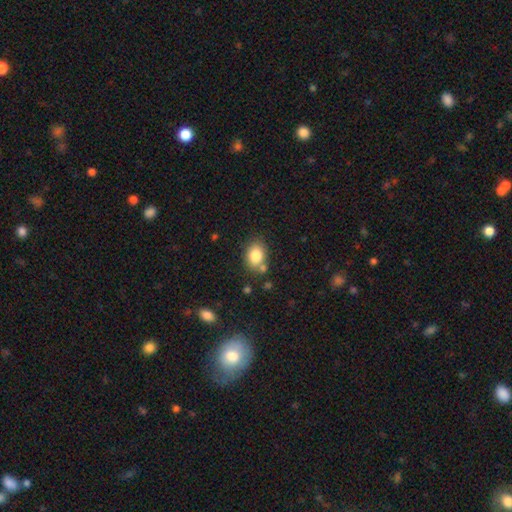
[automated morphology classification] A smooth galaxy with no disk features (83%) that is in between round and cigar-shaped (65%).

Vote fractions:
- Smooth or featured? smooth: 83% / star or artifact: 9% / featured or disk: 8%
- How rounded? in between: 65% / round: 34% / cigar-shaped: 1%
- Merging? none: 69% / minor disturbance: 15% / merger: 12% / major disturbance: 4%